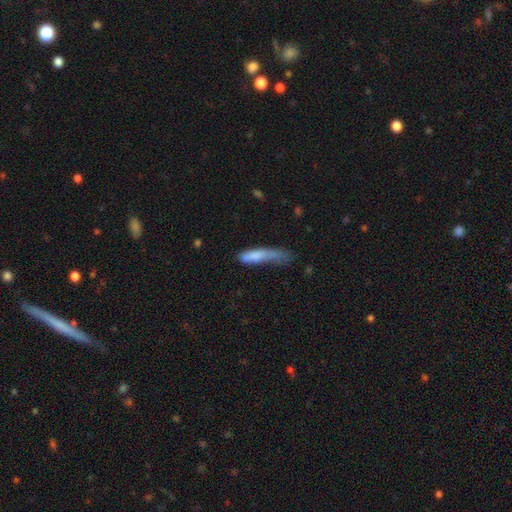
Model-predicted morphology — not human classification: A smooth galaxy with no disk features (73%) that is cigar-shaped (79%).

Vote fractions:
- Smooth or featured? smooth: 73% / featured or disk: 20% / star or artifact: 8%
- How rounded? cigar-shaped: 79% / in between: 19% / round: 2%
- Merging? major disturbance: 33% (tied) / minor disturbance: 33% (tied) / none: 26% / merger: 7%